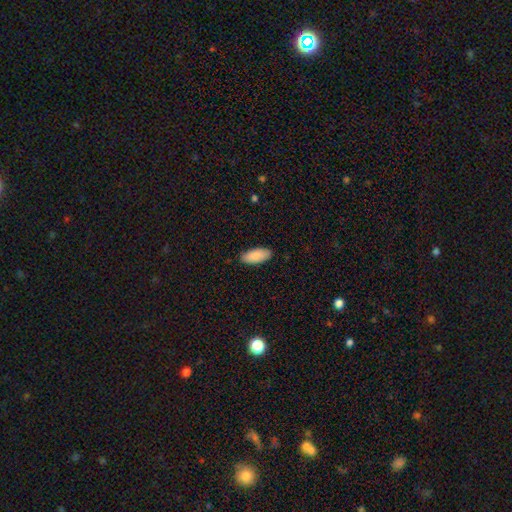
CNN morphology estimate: smooth 89%, star or artifact 6%, featured or disk 5%. Down the decision tree: how rounded — in between (88%); merging — none (88%).